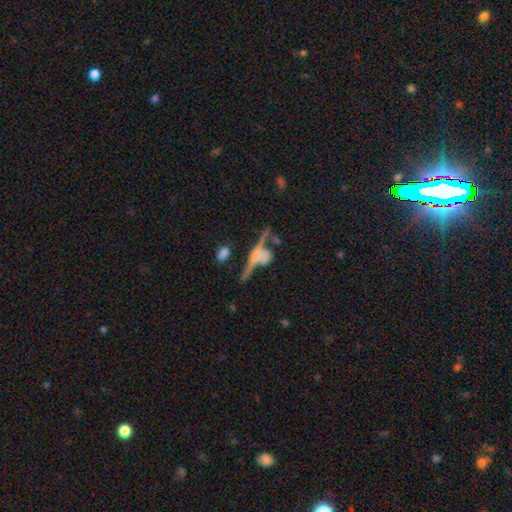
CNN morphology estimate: Smooth or featured? Predicted: featured or disk (p=0.62). Edge-on disk? Predicted: yes (p=0.79). Merging? Predicted: none (p=0.46).